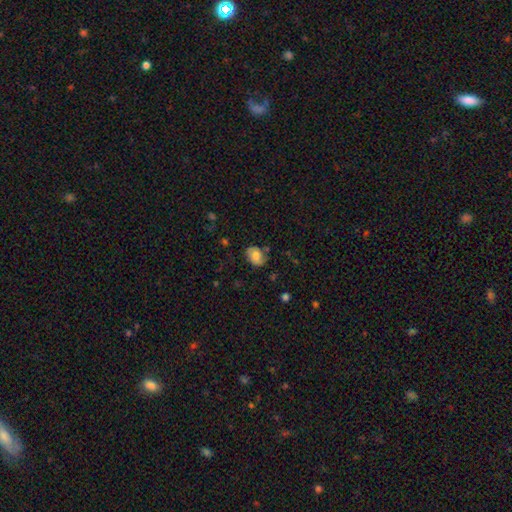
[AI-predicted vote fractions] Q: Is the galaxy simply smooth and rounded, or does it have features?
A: smooth — 68%.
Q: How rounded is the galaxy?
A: in between — 59%.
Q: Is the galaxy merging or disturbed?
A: none — 69%.